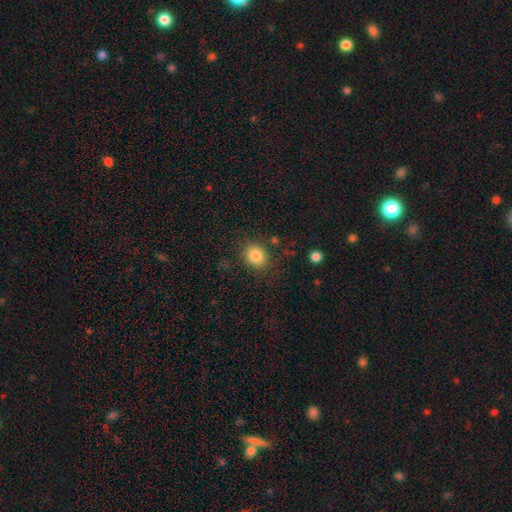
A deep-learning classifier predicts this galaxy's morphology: smooth-or-featured: smooth: 84% | star or artifact: 10% | featured or disk: 6%
  how-rounded: round: 66% | in between: 33% | cigar-shaped: 1%
  merging: none: 83% | minor disturbance: 11% | major disturbance: 4% | merger: 2%